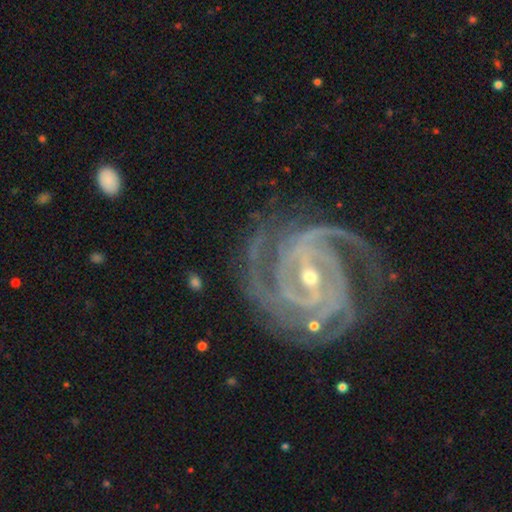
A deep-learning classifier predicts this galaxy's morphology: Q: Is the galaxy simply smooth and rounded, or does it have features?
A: featured or disk — 93%.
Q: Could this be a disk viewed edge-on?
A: no — 97%.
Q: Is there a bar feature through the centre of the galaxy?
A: strong — 50%.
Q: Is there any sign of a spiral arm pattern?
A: yes — 99%.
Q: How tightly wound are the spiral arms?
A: tight — 71%.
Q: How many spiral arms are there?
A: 3 — 33%.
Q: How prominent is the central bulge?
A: small — 59%.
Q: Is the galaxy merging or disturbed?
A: none — 73%.